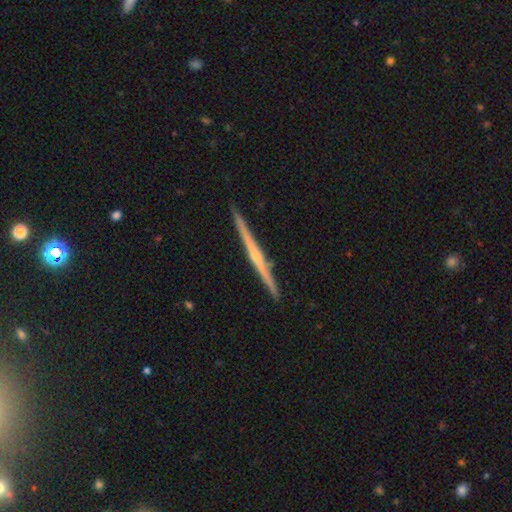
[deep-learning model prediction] smooth_or_featured: featured or disk (p=0.79) [alt: smooth p=0.16]
disk_edge_on: yes (p=0.99) [alt: no p=0.01]
edge_on_bulge: rounded (p=0.64) [alt: none p=0.30]
merging: none (p=0.92) [alt: minor disturbance p=0.05]